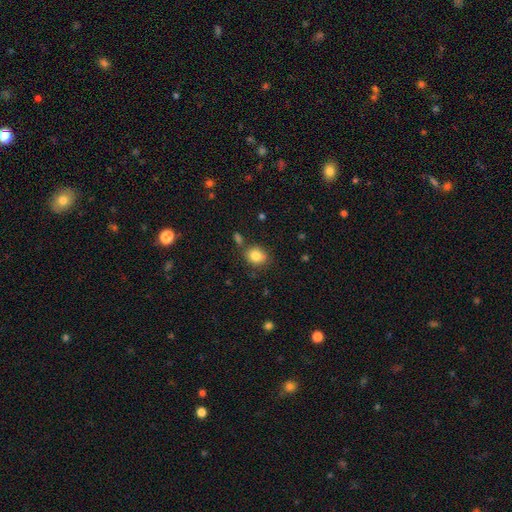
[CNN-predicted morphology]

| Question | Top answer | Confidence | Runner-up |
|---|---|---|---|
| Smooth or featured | smooth | 83% | star or artifact (10%) |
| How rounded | round | 65% | in between (34%) |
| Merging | none | 75% | minor disturbance (14%) |